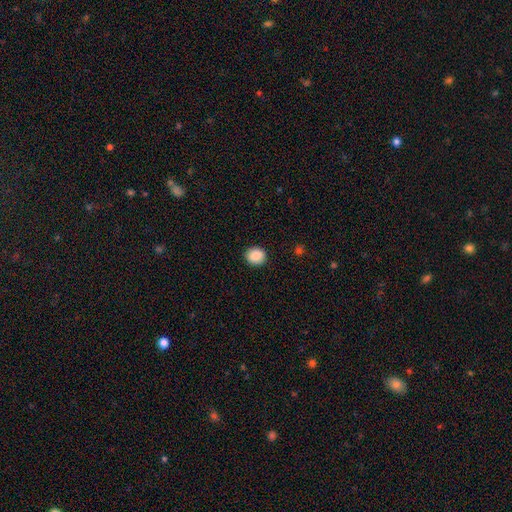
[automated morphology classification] Smooth or featured? Predicted: smooth (p=0.88). How rounded? Predicted: round (p=0.78). Merging? Predicted: none (p=0.91).